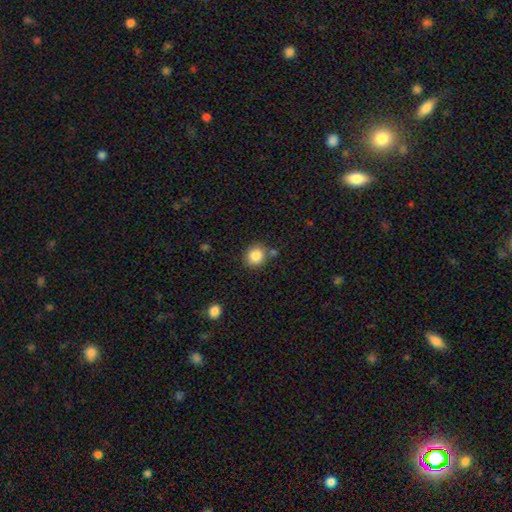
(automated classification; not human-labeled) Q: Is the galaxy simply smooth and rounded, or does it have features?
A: smooth — 86%.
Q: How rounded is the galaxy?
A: round — 80%.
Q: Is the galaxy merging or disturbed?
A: none — 79%.